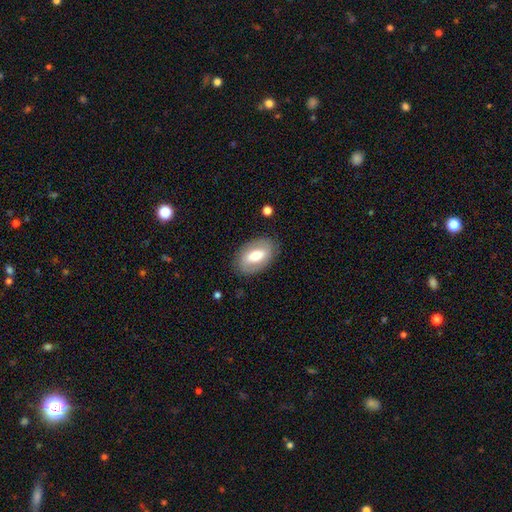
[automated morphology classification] Smooth or featured: smooth — 54% (featured or disk — 39%)
How rounded: in between — 91% (round — 7%)
Merging: none — 82% (minor disturbance — 12%)